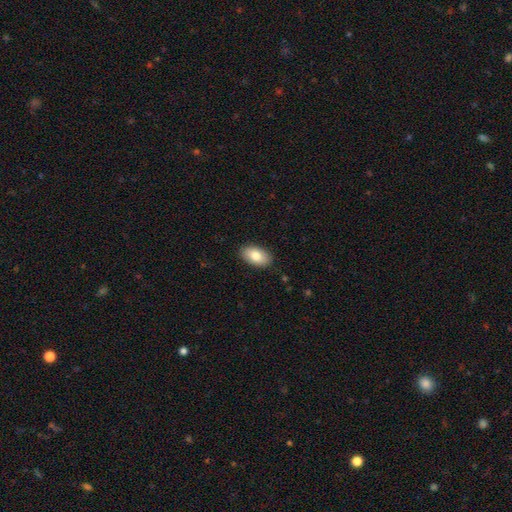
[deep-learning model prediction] Smooth or featured? Predicted: smooth (p=0.81). How rounded? Predicted: in between (p=0.94). Merging? Predicted: none (p=0.89).